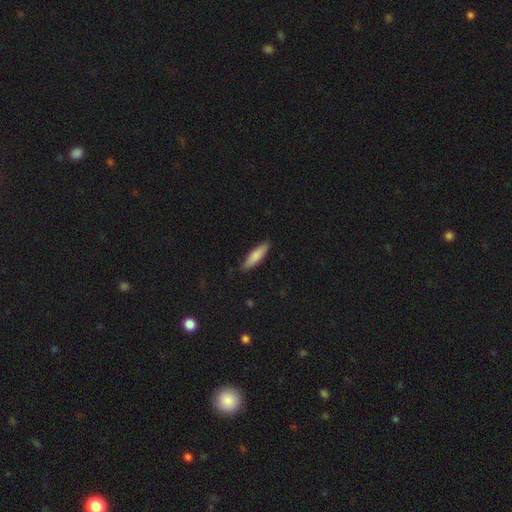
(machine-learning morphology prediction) Q: Smooth or featured?
A: smooth (81%); runner-up: featured or disk (13%)
Q: How rounded?
A: cigar-shaped (70%); runner-up: in between (29%)
Q: Merging?
A: none (88%); runner-up: minor disturbance (9%)